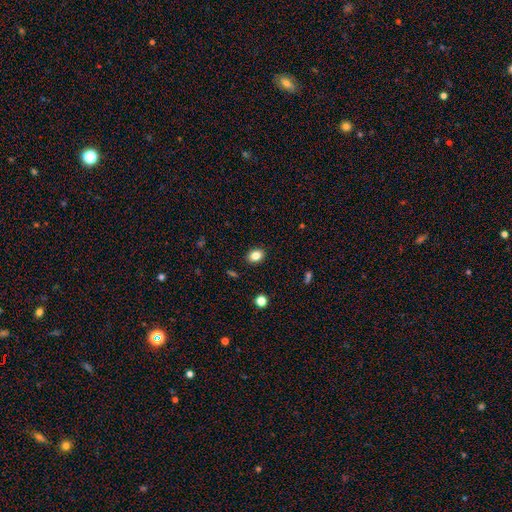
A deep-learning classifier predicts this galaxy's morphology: smooth-or-featured: smooth: 83% | star or artifact: 10% | featured or disk: 6%
  how-rounded: in between: 59% | round: 40% | cigar-shaped: 1%
  merging: none: 90% | minor disturbance: 7% | major disturbance: 2% | merger: 1%